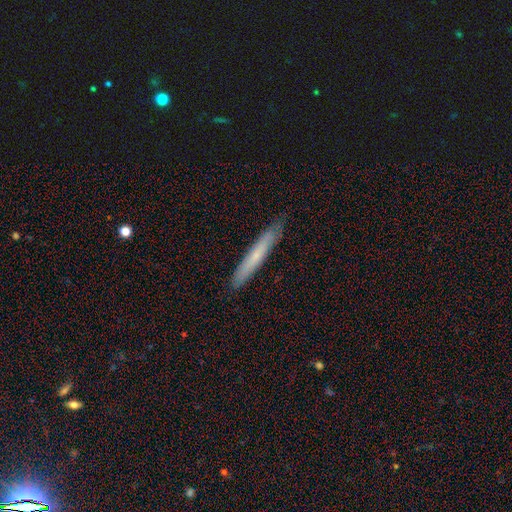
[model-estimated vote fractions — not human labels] Overall: smooth (59%; featured or disk 35%). How rounded: cigar-shaped (95%). Merging: none (86%).